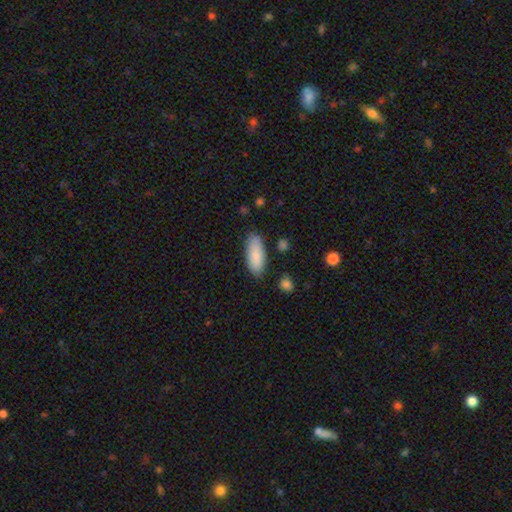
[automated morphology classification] smooth-or-featured: smooth: 85% | featured or disk: 9% | star or artifact: 6%
  how-rounded: in between: 76% | cigar-shaped: 22% | round: 2%
  merging: none: 80% | minor disturbance: 14% | major disturbance: 3% | merger: 3%